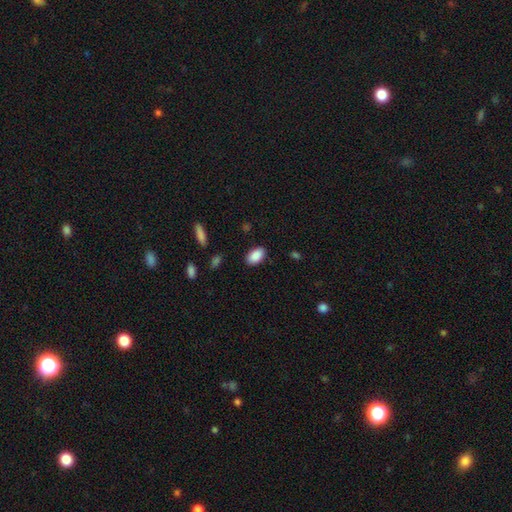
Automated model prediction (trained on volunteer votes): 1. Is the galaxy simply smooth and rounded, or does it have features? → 89% smooth, 7% star or artifact, 4% featured or disk.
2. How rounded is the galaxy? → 92% in between, 6% round, 2% cigar-shaped.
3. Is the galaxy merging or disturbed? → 87% none, 9% minor disturbance, 2% major disturbance, 1% merger.